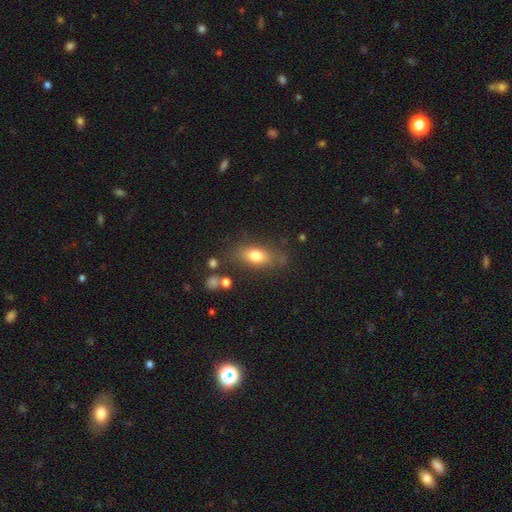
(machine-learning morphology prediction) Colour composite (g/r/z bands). It shows a smooth galaxy with no disk features (75%) that is in between round and cigar-shaped (79%). Merging: none (72%).